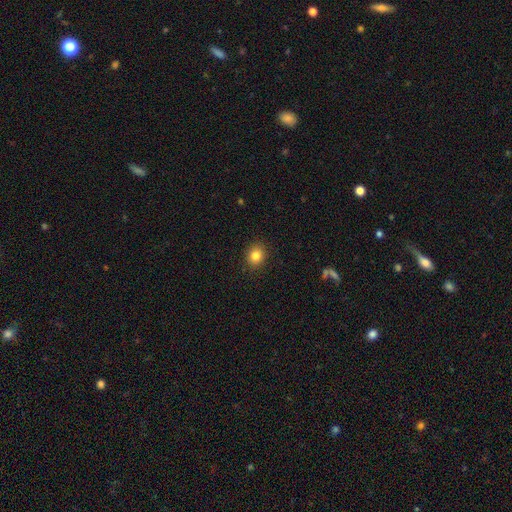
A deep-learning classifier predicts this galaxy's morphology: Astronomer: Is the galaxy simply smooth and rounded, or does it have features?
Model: smooth — 83%.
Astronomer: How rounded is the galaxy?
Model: round — 74%.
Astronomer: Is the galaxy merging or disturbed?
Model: none — 90%.